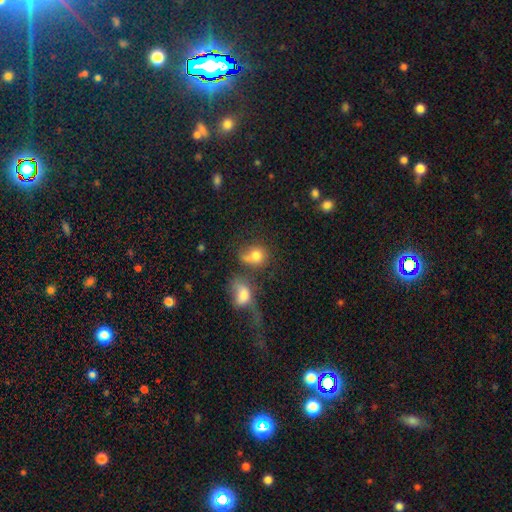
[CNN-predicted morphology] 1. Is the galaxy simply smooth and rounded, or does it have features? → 73% smooth, 16% featured or disk, 12% star or artifact.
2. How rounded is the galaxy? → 63% round, 36% in between, 2% cigar-shaped.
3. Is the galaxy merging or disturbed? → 44% merger, 30% none, 14% major disturbance, 13% minor disturbance.